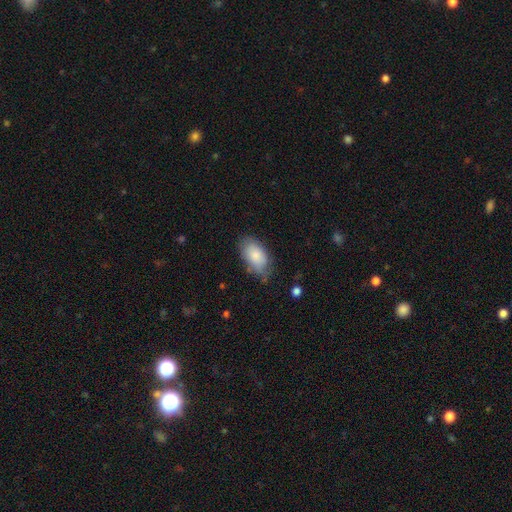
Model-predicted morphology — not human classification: smooth-or-featured: smooth: 81% | featured or disk: 13% | star or artifact: 7%
  how-rounded: in between: 93% | round: 5% | cigar-shaped: 2%
  merging: none: 67% | minor disturbance: 25% | major disturbance: 6% | merger: 2%